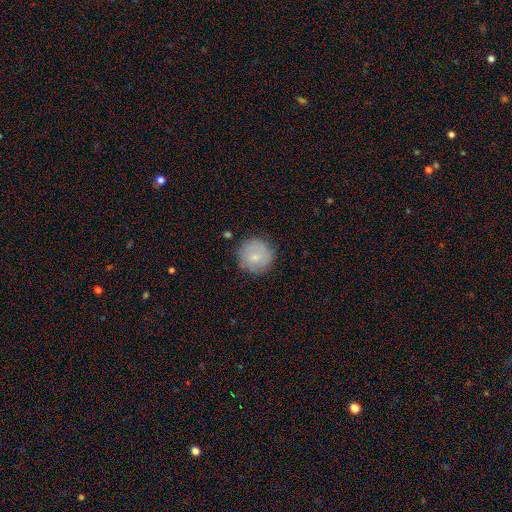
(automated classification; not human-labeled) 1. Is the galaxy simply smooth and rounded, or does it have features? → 76% smooth, 17% featured or disk, 7% star or artifact.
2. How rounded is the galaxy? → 95% round, 4% in between, 1% cigar-shaped.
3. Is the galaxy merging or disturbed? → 84% none, 12% minor disturbance, 3% major disturbance, 1% merger.